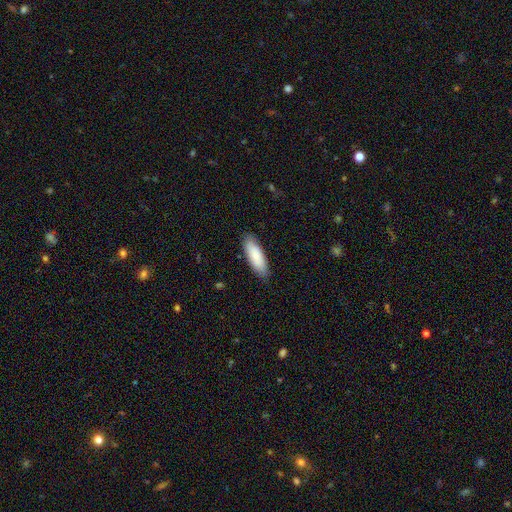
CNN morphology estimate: Smooth or featured?
  - smooth: 83% *
  - featured or disk: 12%
  - star or artifact: 6%
How rounded?
  - in between: 62% *
  - cigar-shaped: 37%
  - round: 1%
Merging?
  - none: 85% *
  - minor disturbance: 12%
  - major disturbance: 2%
  - merger: 1%